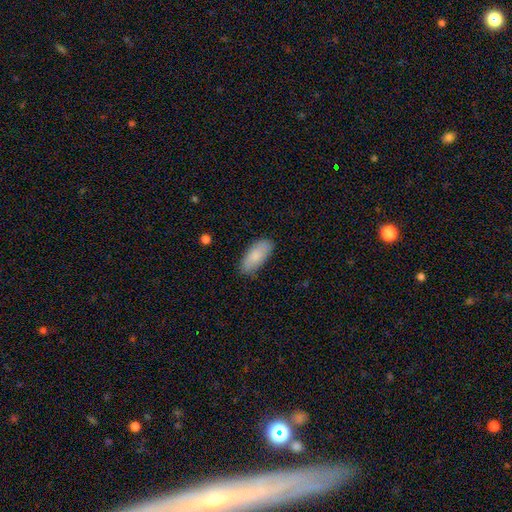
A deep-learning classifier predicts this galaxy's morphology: smooth 84%, featured or disk 10%, star or artifact 6%. Down the decision tree: how rounded — in between (87%); merging — none (79%).